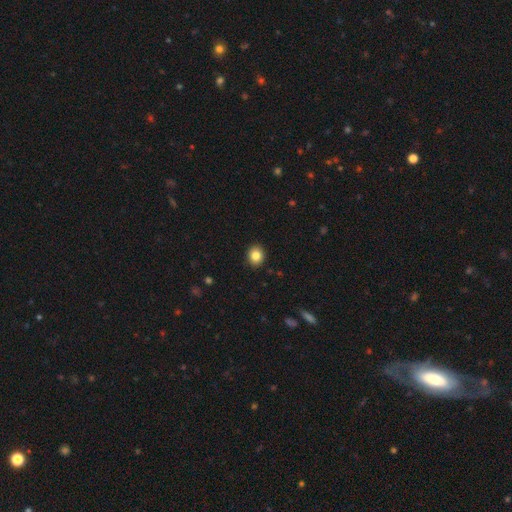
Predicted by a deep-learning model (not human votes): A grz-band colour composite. It shows a smooth galaxy with no disk features (84%) that is round (74%). Merging: none (92%).